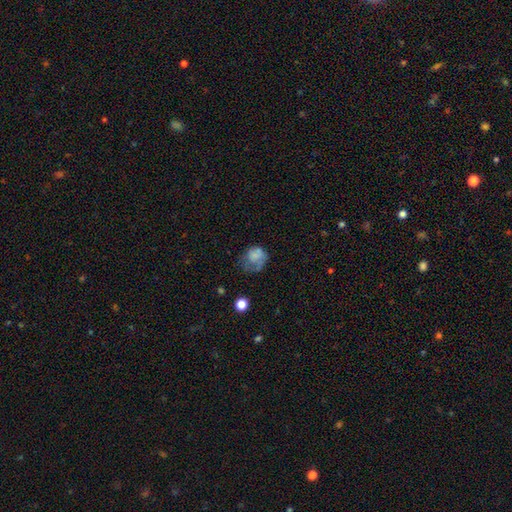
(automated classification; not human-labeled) A smooth galaxy with no disk features (66%) that is round (63%).

Vote fractions:
- Smooth or featured? smooth: 66% / featured or disk: 22% / star or artifact: 12%
- How rounded? round: 63% / in between: 37% / cigar-shaped: 1%
- Merging? major disturbance: 34% / none: 33% / minor disturbance: 30% / merger: 3%